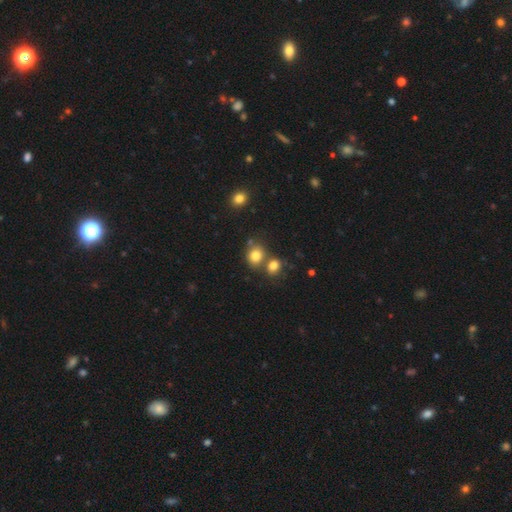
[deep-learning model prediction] Overall: smooth (80%). How rounded: round (69%; in between 30%). Merging: none (55%; merger 31%).